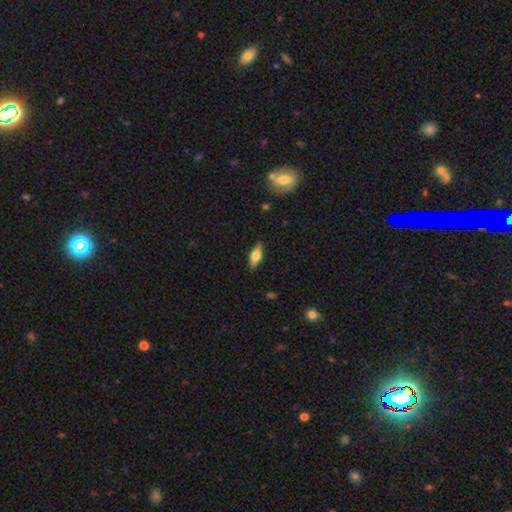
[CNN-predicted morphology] Smooth or featured? smooth (62%)
How rounded? in between (70%)
Merging? none (86%)